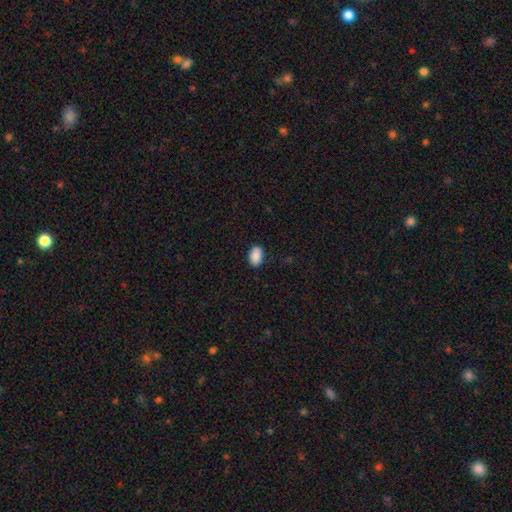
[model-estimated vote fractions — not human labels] Q: Smooth or featured?
A: smooth (89%); runner-up: star or artifact (7%)
Q: How rounded?
A: in between (90%); runner-up: round (9%)
Q: Merging?
A: none (87%); runner-up: minor disturbance (10%)